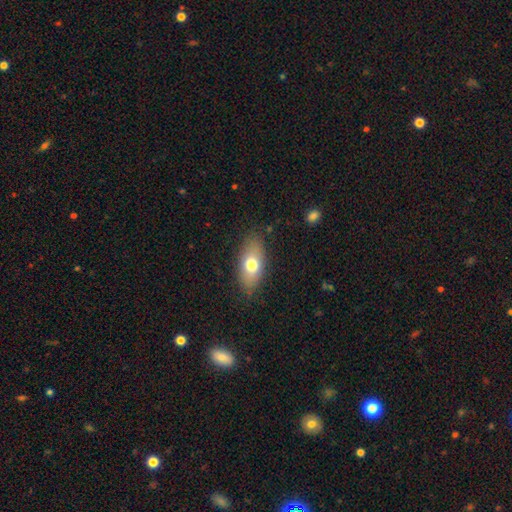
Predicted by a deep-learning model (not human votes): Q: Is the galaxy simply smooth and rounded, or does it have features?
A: smooth — 69%.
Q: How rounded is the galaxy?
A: in between — 83%.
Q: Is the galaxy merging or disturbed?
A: none — 86%.